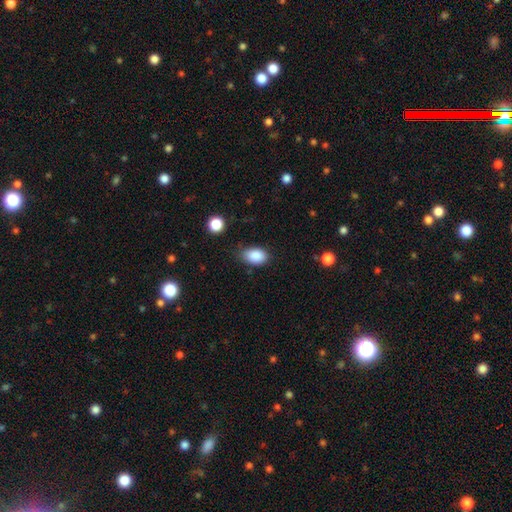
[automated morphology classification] This appears to be a smooth galaxy with no disk features (87%) that is in between round and cigar-shaped (86%). Merging: none (72%).